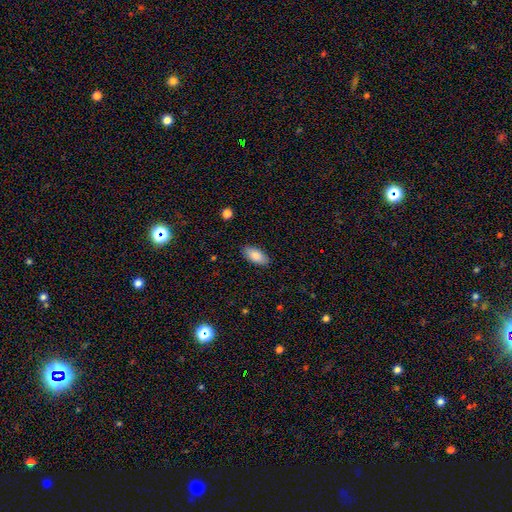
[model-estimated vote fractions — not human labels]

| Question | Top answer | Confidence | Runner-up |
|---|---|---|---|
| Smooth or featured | smooth | 85% | featured or disk (9%) |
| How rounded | in between | 89% | cigar-shaped (8%) |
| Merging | none | 87% | minor disturbance (10%) |